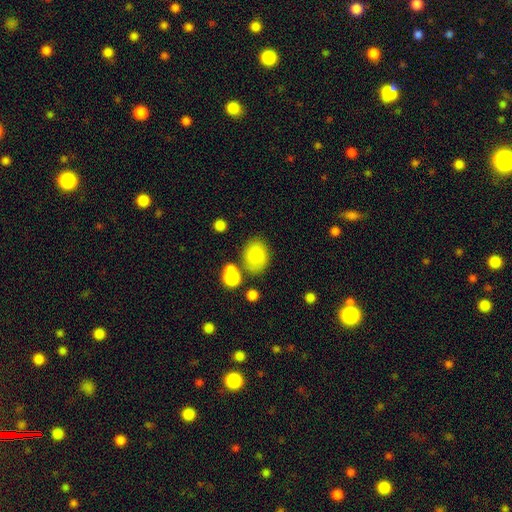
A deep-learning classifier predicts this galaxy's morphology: smooth_or_featured: smooth (p=0.84) [alt: star or artifact p=0.10]
how_rounded: in between (p=0.63) [alt: round p=0.36]
merging: none (p=0.69) [alt: minor disturbance p=0.14]